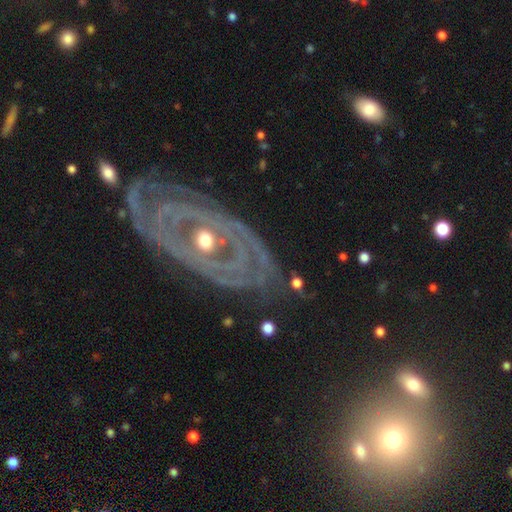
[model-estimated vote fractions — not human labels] Smooth or featured?
  - featured or disk: 87% *
  - star or artifact: 7%
  - smooth: 6%
Edge-on disk?
  - no: 92% *
  - yes: 8%
Bar?
  - no: 65% *
  - weak: 22%
  - strong: 13%
Spiral arms?
  - yes: 89% *
  - no: 11%
Spiral winding?
  - tight: 79% *
  - medium: 17%
  - loose: 4%
Spiral arm count?
  - can't tell: 33% *
  - 2: 30%
  - 3: 14%
  - 4: 9%
  - more than 4: 8%
  - 1: 7%
Bulge size?
  - small: 55% *
  - moderate: 40%
  - large: 2%
  - none: 1%
  - dominant: 1%
Merging?
  - none: 77% *
  - minor disturbance: 15%
  - major disturbance: 6%
  - merger: 2%